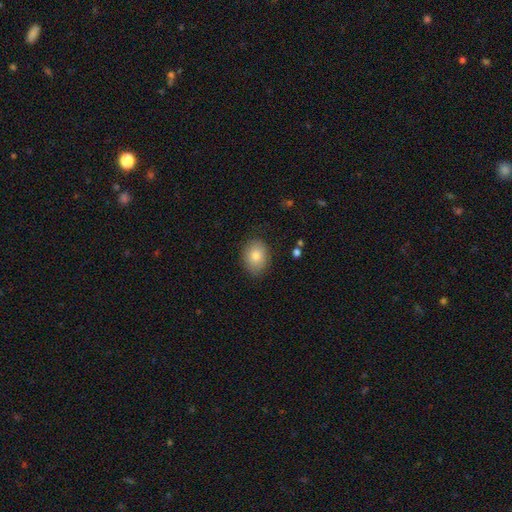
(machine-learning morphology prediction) Smooth or featured? Predicted: smooth (p=0.82). How rounded? Predicted: in between (p=0.55). Merging? Predicted: none (p=0.82).